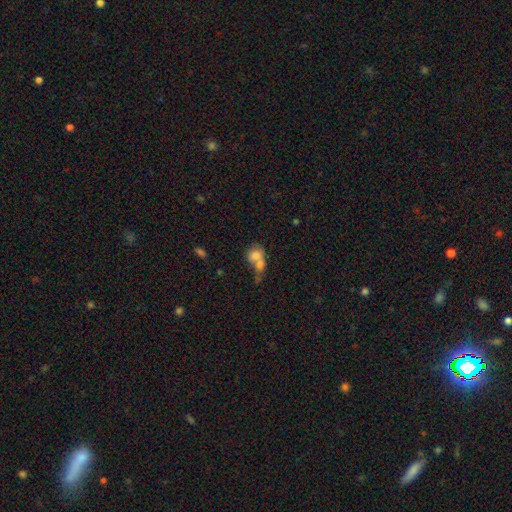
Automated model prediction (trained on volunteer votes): smooth 75%, featured or disk 16%, star or artifact 9%. Down the decision tree: how rounded — in between (50%); merging — merger (69%).